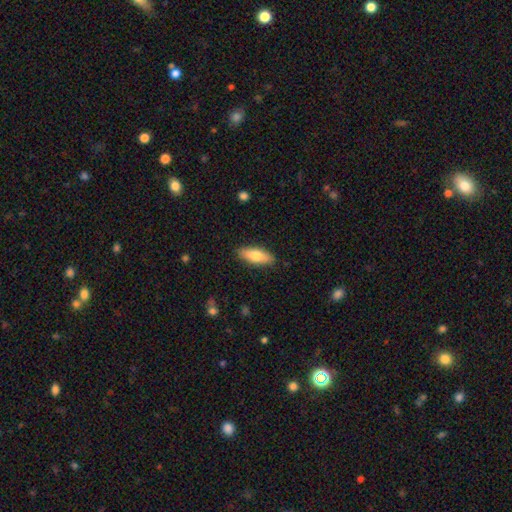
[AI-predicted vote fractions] A smooth galaxy with no disk features (73%) that is in between round and cigar-shaped (69%).

Vote fractions:
- Smooth or featured? smooth: 73% / featured or disk: 21% / star or artifact: 6%
- How rounded? in between: 69% / cigar-shaped: 29% / round: 2%
- Merging? none: 87% / minor disturbance: 10% / major disturbance: 2% / merger: 1%